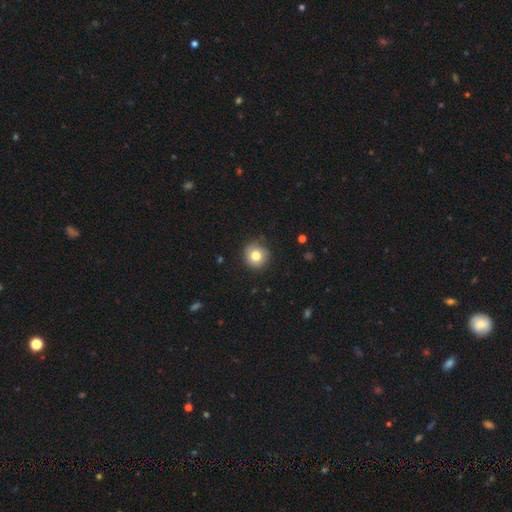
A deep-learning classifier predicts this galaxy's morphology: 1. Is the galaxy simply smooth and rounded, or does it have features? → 79% smooth, 11% featured or disk, 10% star or artifact.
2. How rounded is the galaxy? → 93% round, 6% in between, 1% cigar-shaped.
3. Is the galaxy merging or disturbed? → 85% none, 11% minor disturbance, 3% major disturbance, 1% merger.